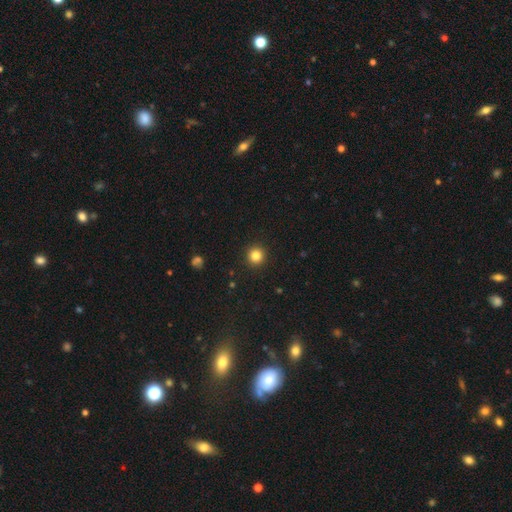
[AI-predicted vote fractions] Morphology: type=smooth (84%); roundness=round (95%); merging=none (93%).